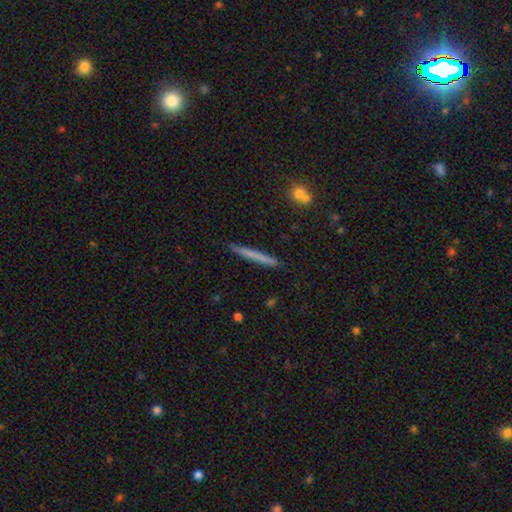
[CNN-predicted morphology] A smooth galaxy with no disk features (64%) that is cigar-shaped (97%). Merging: none (91%).